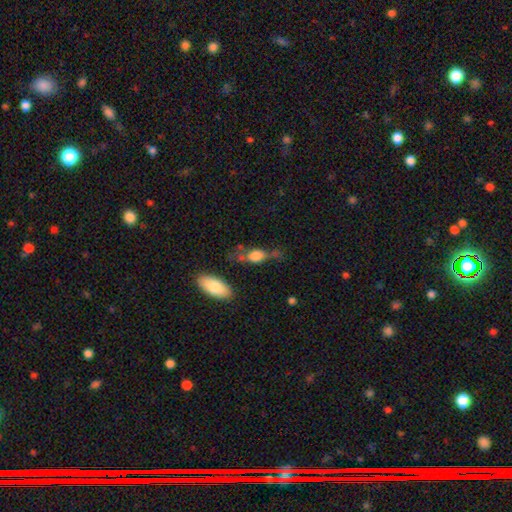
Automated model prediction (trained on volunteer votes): A smooth galaxy with no disk features (69%) that is in between round and cigar-shaped (68%).

Vote fractions:
- Smooth or featured? smooth: 69% / featured or disk: 22% / star or artifact: 9%
- How rounded? in between: 68% / cigar-shaped: 16% / round: 16%
- Merging? none: 45% / minor disturbance: 24% / merger: 17% / major disturbance: 15%